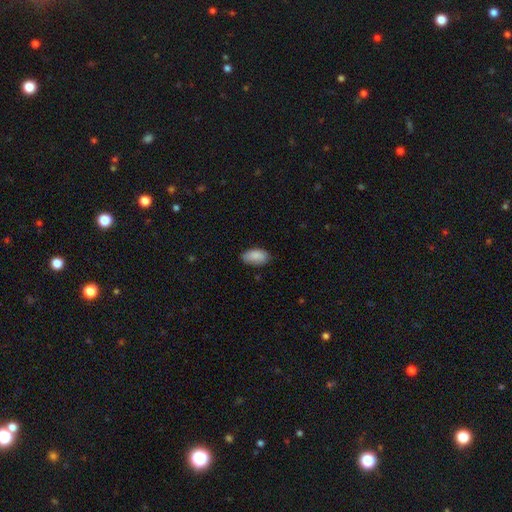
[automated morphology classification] Overall: smooth (87%). How rounded: in between (94%). Merging: none (77%).